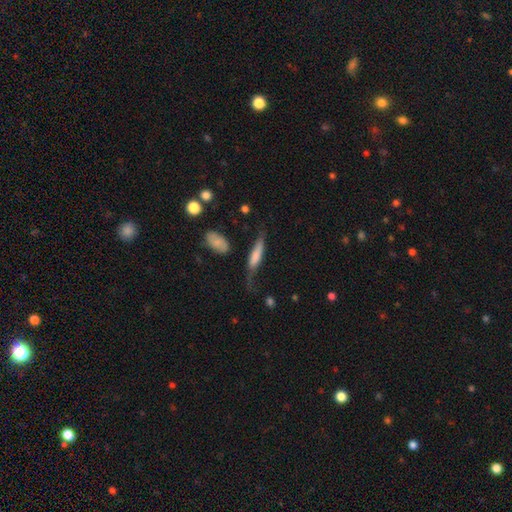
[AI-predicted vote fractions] Smooth or featured: smooth — 58% (featured or disk — 34%)
How rounded: cigar-shaped — 69% (in between — 28%)
Merging: none — 39% (minor disturbance — 29%)